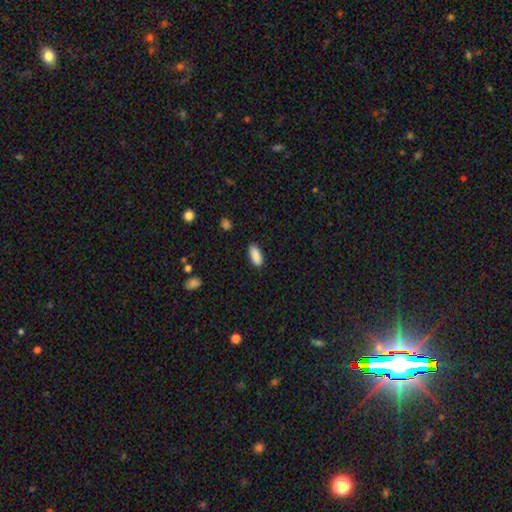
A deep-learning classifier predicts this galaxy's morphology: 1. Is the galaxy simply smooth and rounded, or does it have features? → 90% smooth, 7% star or artifact, 4% featured or disk.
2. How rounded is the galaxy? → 87% in between, 11% cigar-shaped, 2% round.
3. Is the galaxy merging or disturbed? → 88% none, 9% minor disturbance, 2% major disturbance, 1% merger.